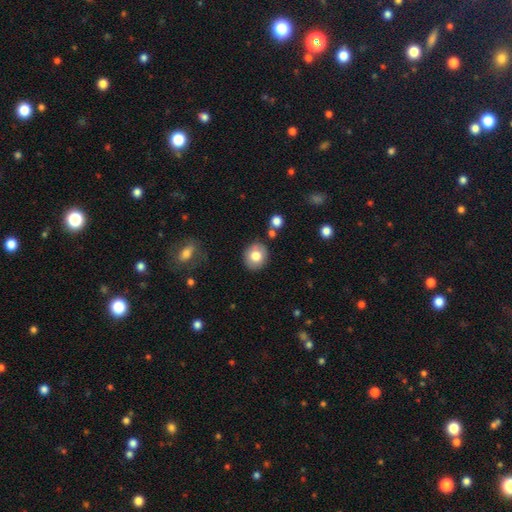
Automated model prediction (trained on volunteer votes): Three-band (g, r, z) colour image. It shows a smooth galaxy with no disk features (77%) that is round (73%). Merging: none (84%).